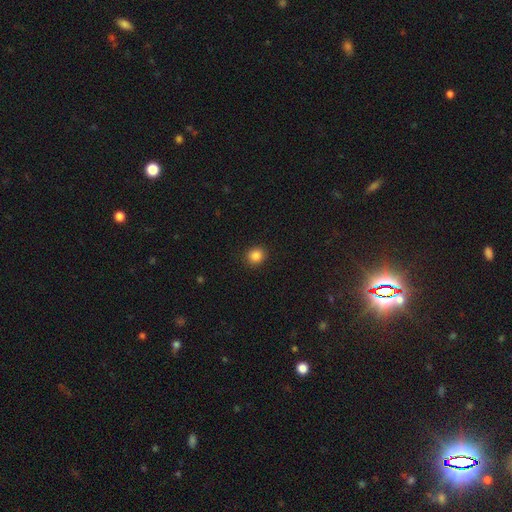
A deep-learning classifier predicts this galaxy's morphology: This is clearly a smooth galaxy (85%). How rounded: clearly round (83%). Merging: clearly none (92%).